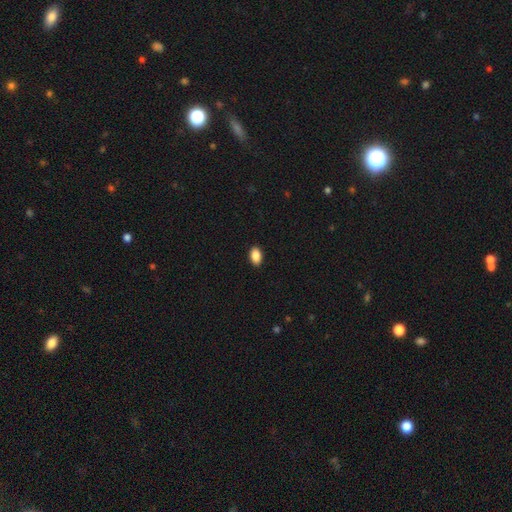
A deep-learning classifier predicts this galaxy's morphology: smooth_or_featured: smooth (p=0.88) [alt: star or artifact p=0.08]
how_rounded: in between (p=0.91) [alt: round p=0.08]
merging: none (p=0.90) [alt: minor disturbance p=0.07]